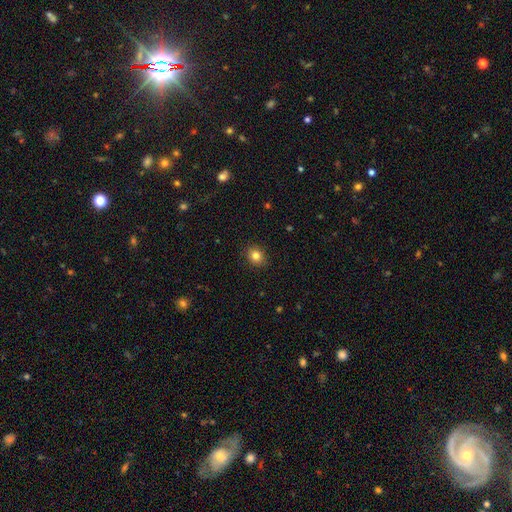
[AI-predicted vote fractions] Morphology: type=smooth (82%); roundness=round (68%); merging=none (90%).